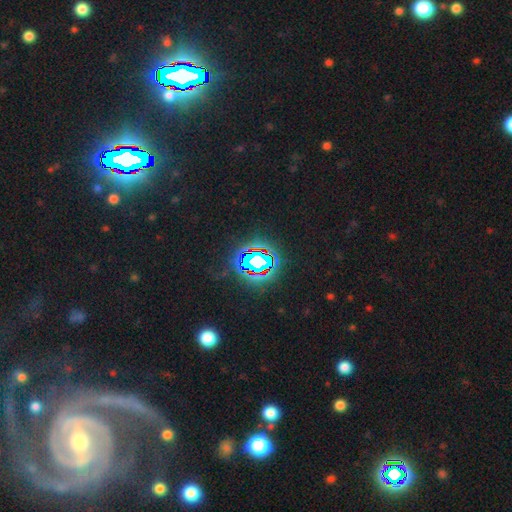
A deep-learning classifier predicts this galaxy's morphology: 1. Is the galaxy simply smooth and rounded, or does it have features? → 80% star or artifact, 11% smooth, 9% featured or disk.